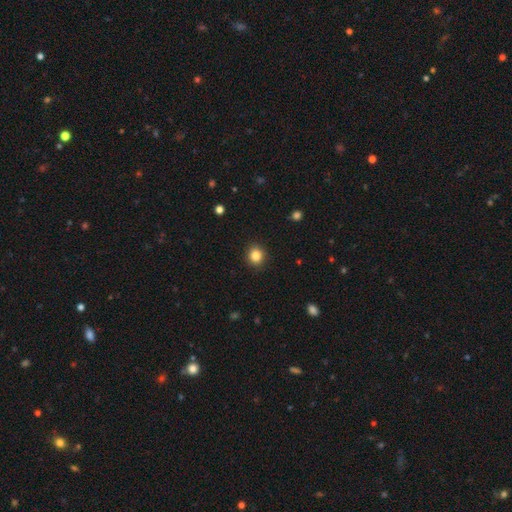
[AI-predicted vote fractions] This appears to be a smooth galaxy with no disk features (84%) that is round (84%). Merging: none (91%).